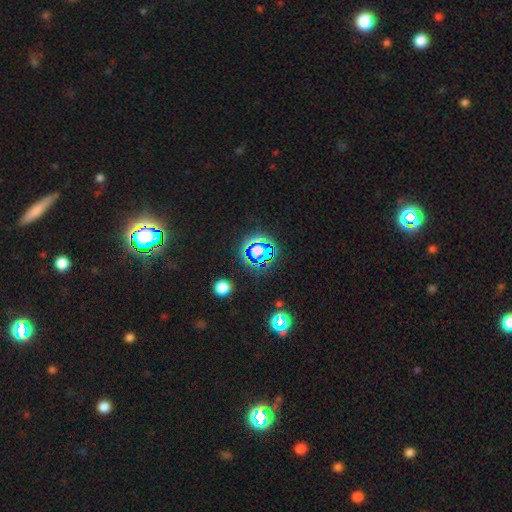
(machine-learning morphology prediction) smooth-or-featured: star or artifact: 65% | smooth: 23% | featured or disk: 12%